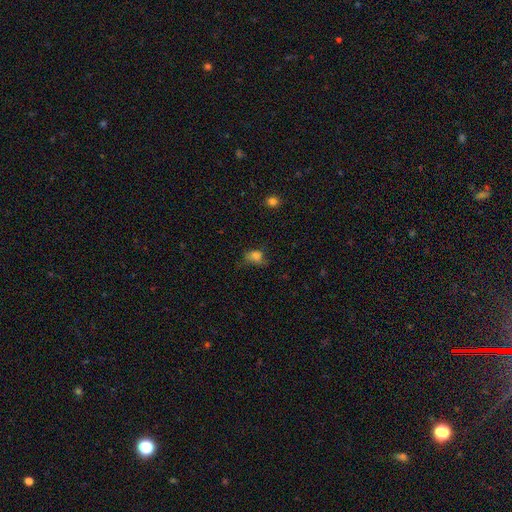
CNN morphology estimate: A smooth galaxy with no disk features (74%) that is in between round and cigar-shaped (59%). Merging: none (41%).